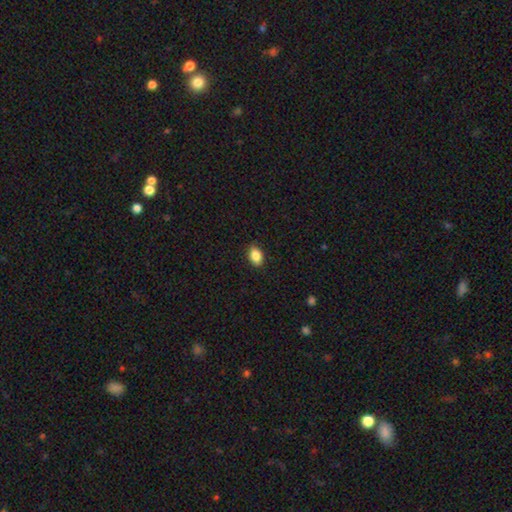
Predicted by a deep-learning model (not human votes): The model was most divided on "how rounded": in between: 83%, round: 15%, cigar-shaped: 1%. More confident: smooth or featured — smooth (87%); merging — none (87%).